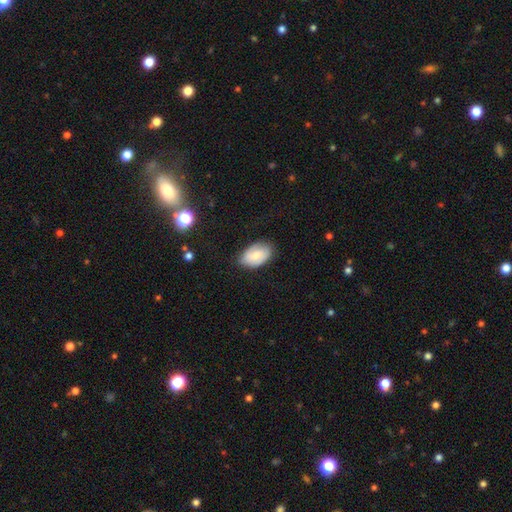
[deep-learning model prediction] A smooth galaxy with no disk features (62%) that is in between round and cigar-shaped (92%).

Vote fractions:
- Smooth or featured? smooth: 62% / featured or disk: 30% / star or artifact: 7%
- How rounded? in between: 92% / round: 7% / cigar-shaped: 1%
- Merging? none: 75% / minor disturbance: 20% / major disturbance: 4% / merger: 1%